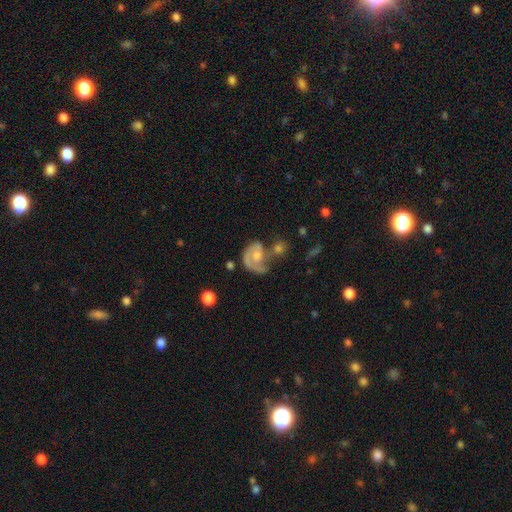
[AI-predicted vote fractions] This is likely a featured or disk galaxy (69%). It is clearly not viewed edge-on (97%). Bar: likely no (71%). Spiral arm pattern: clearly yes (82%). Spiral arm count: likely 1 (62%). Spiral winding: marginally tight (40%). Central bulge: possibly moderate (55%). Merging: marginally merger (29%).